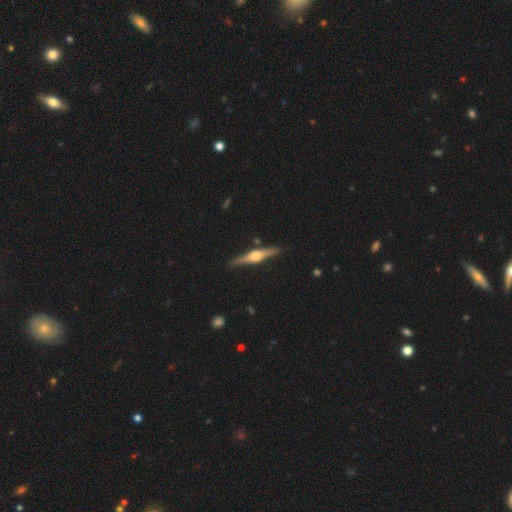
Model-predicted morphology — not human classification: type=featured or disk (78%); edge-on=yes (98%); edge-on bulge=rounded (94%); merging=none (89%).